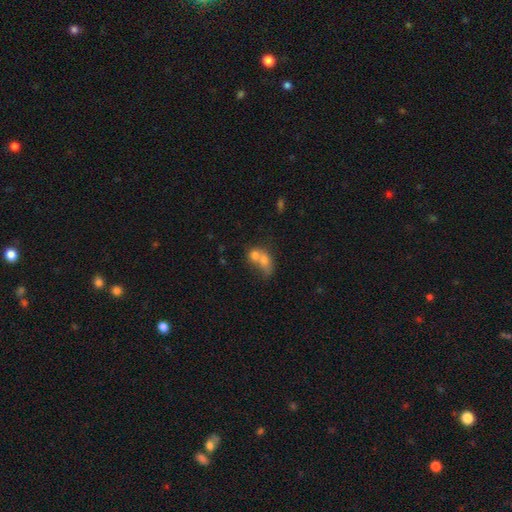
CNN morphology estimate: Smooth or featured?
  - smooth: 66% *
  - featured or disk: 23%
  - star or artifact: 11%
How rounded?
  - in between: 61% *
  - round: 35%
  - cigar-shaped: 3%
Merging?
  - merger: 73% *
  - none: 15%
  - minor disturbance: 6%
  - major disturbance: 6%